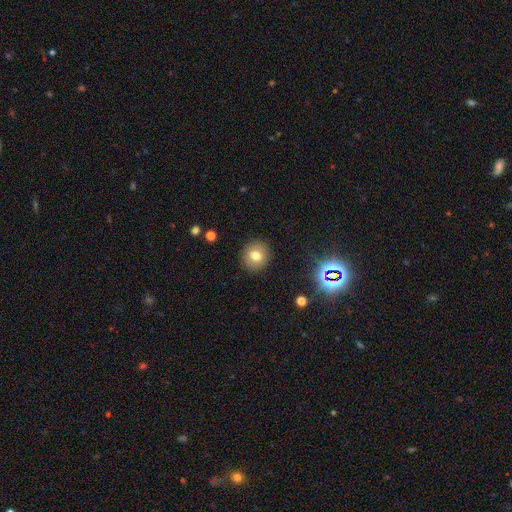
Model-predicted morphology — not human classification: The model was most divided on "smooth or featured": smooth: 74%, star or artifact: 13%, featured or disk: 13%. More confident: merging — none (90%); how rounded — round (88%).